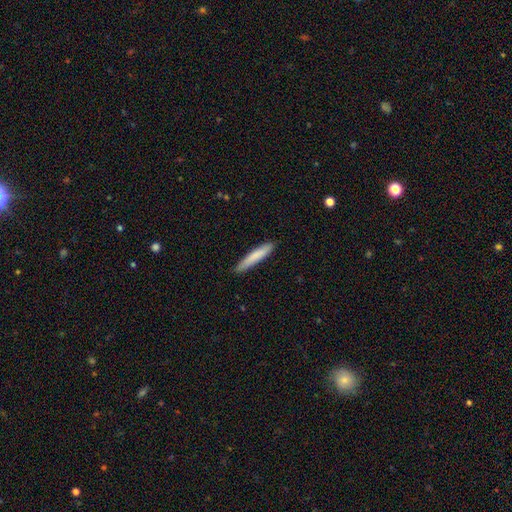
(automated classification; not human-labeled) The model was most divided on "smooth or featured": smooth: 80%, featured or disk: 14%, star or artifact: 5%. More confident: how rounded — cigar-shaped (92%); merging — none (86%).